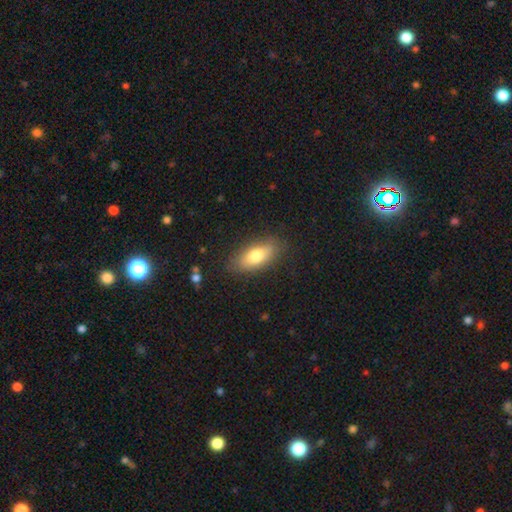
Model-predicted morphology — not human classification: Overall: smooth (73%). How rounded: in between (81%). Merging: none (84%).